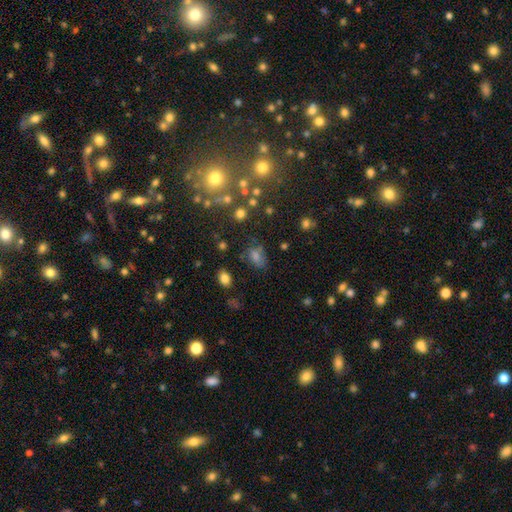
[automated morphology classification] This is possibly a smooth galaxy (58%). How rounded: likely in between (71%). Merging: likely none (66%).